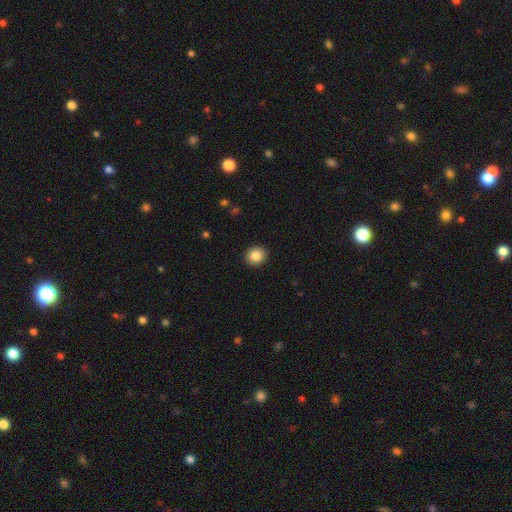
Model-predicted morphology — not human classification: smooth-or-featured: smooth: 85% | star or artifact: 9% | featured or disk: 6%
  how-rounded: round: 88% | in between: 12% | cigar-shaped: 1%
  merging: none: 93% | minor disturbance: 5% | major disturbance: 2% | merger: 1%